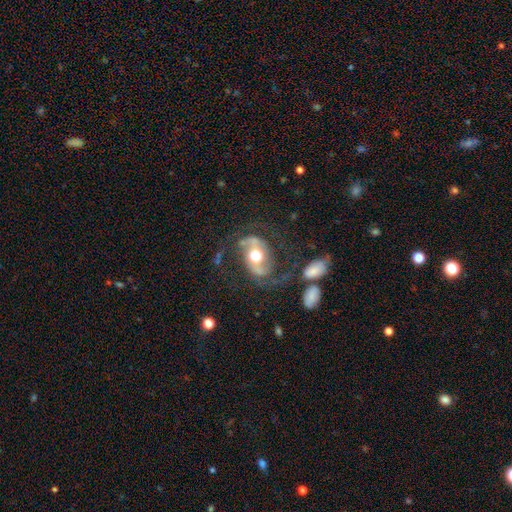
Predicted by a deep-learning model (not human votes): The model was most divided on "spiral winding": medium: 48%, loose: 38%, tight: 14%. Remaining: edge-on disk — no (96%); spiral arm count — 2 (90%); spiral arms — yes (85%); smooth or featured — featured or disk (81%); bulge size — moderate (65%); merging — none (59%); bar — no (43%).